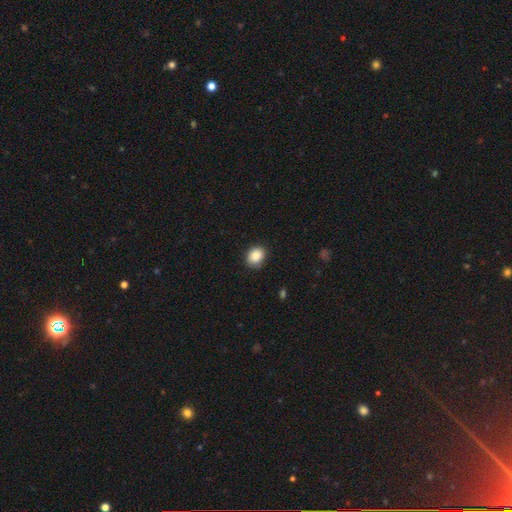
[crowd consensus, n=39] smooth-or-featured: smooth: 82% | star or artifact: 10% | featured or disk: 8%
  how-rounded: in between: 53% | round: 47% | cigar-shaped: 0%
  merging: none: 86% | minor disturbance: 11% | major disturbance: 3% | merger: 0%